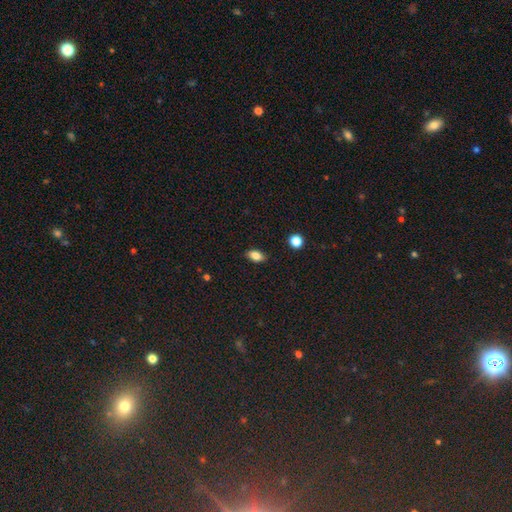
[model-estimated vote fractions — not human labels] This appears to be a smooth galaxy with no disk features (83%) that is in between round and cigar-shaped (88%). Merging: none (87%).